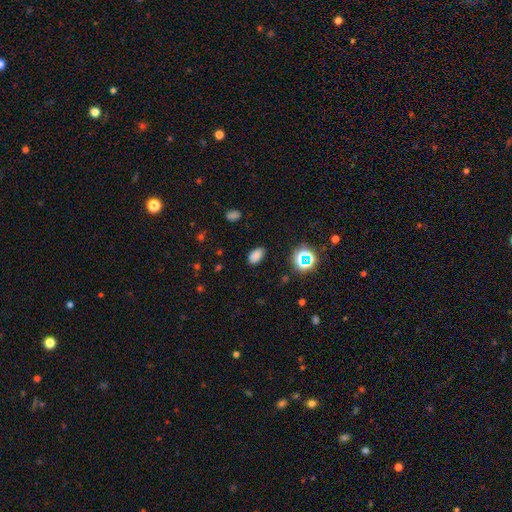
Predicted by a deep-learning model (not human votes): A smooth galaxy with no disk features (77%) that is in between round and cigar-shaped (91%). Merging: none (84%).